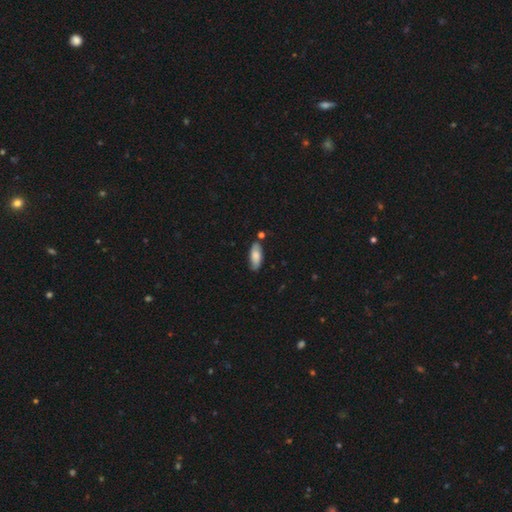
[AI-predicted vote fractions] smooth 75%, featured or disk 19%, star or artifact 6%. Down the decision tree: how rounded — in between (78%); merging — none (76%).